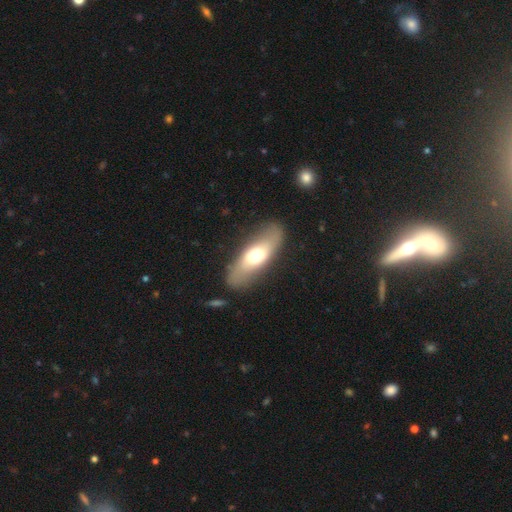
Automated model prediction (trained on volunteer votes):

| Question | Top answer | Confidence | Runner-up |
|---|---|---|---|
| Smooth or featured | smooth | 53% | featured or disk (41%) |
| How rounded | in between | 66% | cigar-shaped (30%) |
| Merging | none | 79% | minor disturbance (13%) |